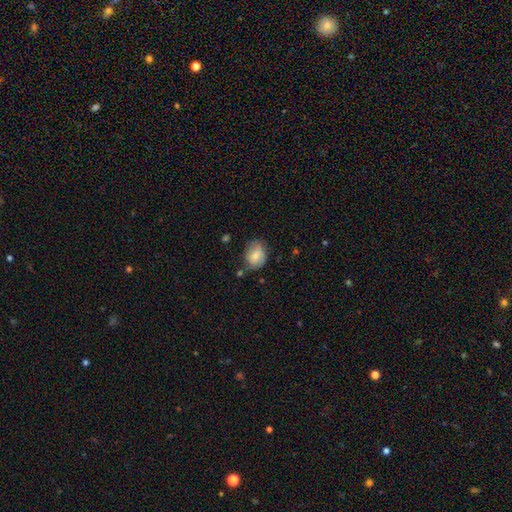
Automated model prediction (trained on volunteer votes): smooth 71%, featured or disk 22%, star or artifact 8%. Down the decision tree: how rounded — in between (54%); merging — none (59%).